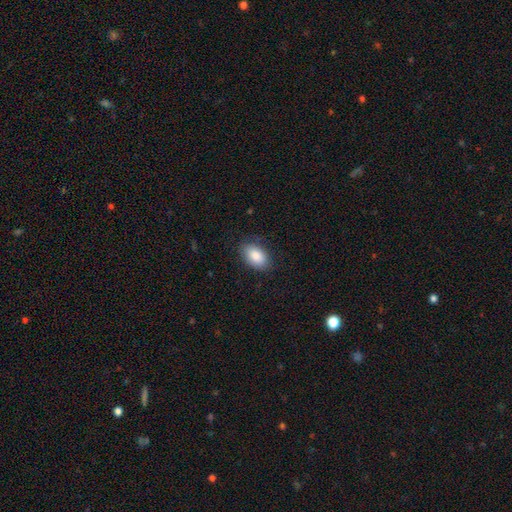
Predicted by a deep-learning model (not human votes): Smooth or featured? Predicted: smooth (p=0.87). How rounded? Predicted: in between (p=0.91). Merging? Predicted: none (p=0.83).